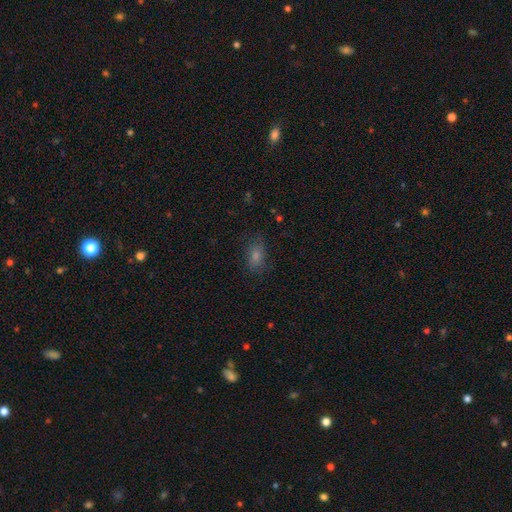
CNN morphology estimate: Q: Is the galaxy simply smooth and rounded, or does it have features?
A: smooth — 63%.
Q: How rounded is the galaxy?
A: in between — 79%.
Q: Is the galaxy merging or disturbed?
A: none — 79%.